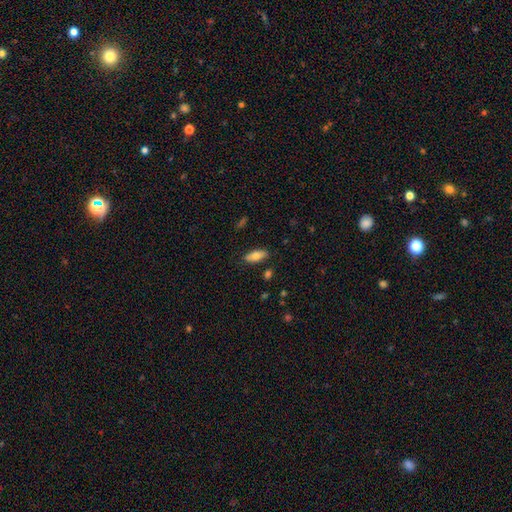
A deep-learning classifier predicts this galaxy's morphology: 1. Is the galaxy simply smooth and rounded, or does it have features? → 75% smooth, 18% featured or disk, 7% star or artifact.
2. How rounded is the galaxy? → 85% in between, 13% cigar-shaped, 2% round.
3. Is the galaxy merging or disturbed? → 84% none, 12% minor disturbance, 2% major disturbance, 2% merger.